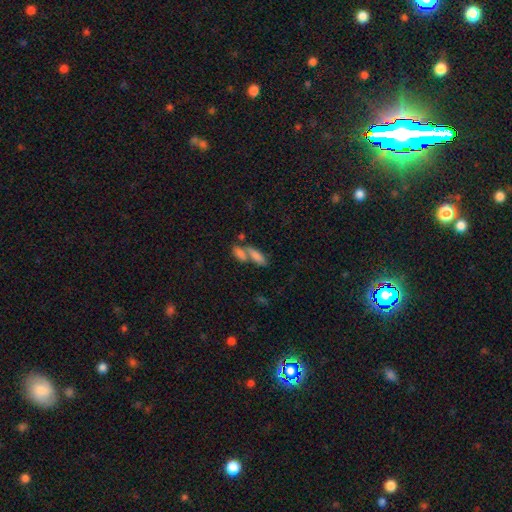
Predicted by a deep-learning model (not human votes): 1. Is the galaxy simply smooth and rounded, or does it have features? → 75% smooth, 15% featured or disk, 10% star or artifact.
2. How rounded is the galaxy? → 63% in between, 34% cigar-shaped, 4% round.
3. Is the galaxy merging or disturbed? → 55% merger, 32% none, 8% minor disturbance, 4% major disturbance.